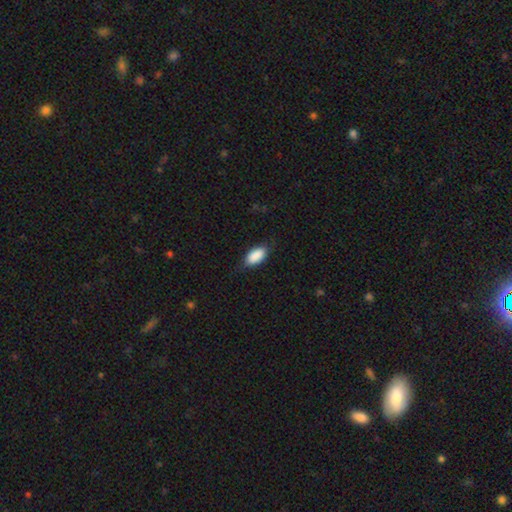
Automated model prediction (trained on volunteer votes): Smooth or featured? smooth (89%)
How rounded? in between (92%)
Merging? none (78%)